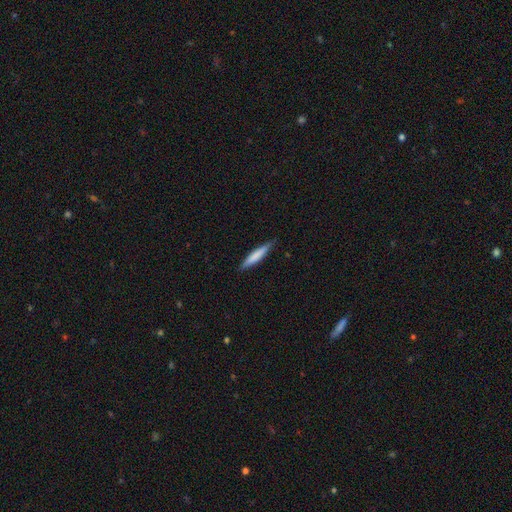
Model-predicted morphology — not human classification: A smooth galaxy with no disk features (72%) that is cigar-shaped (90%).

Vote fractions:
- Smooth or featured? smooth: 72% / featured or disk: 23% / star or artifact: 5%
- How rounded? cigar-shaped: 90% / in between: 8% / round: 1%
- Merging? none: 86% / minor disturbance: 11% / major disturbance: 2% / merger: 1%